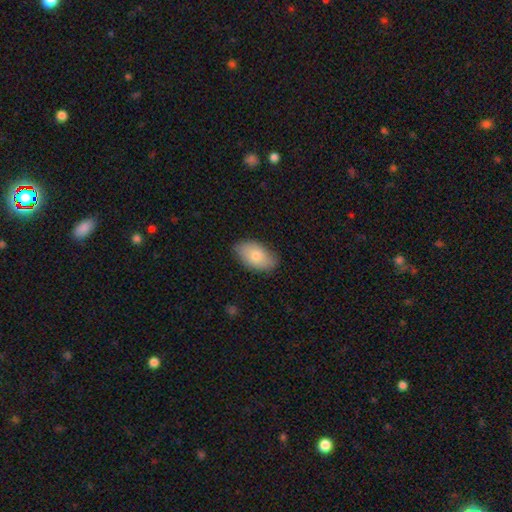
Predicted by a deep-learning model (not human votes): The model was most divided on "smooth or featured": smooth: 75%, featured or disk: 18%, star or artifact: 7%. More confident: how rounded — in between (93%); merging — none (81%).